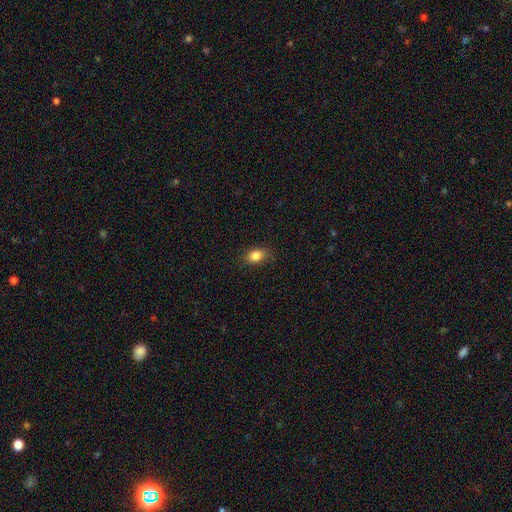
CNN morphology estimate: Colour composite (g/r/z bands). It shows a smooth galaxy with no disk features (84%) that is in between round and cigar-shaped (79%). Merging: none (85%).